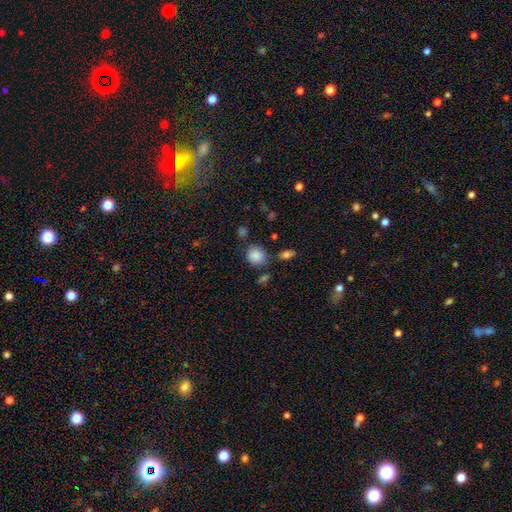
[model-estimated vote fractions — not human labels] Overall: smooth (86%). How rounded: round (80%). Merging: none (72%).